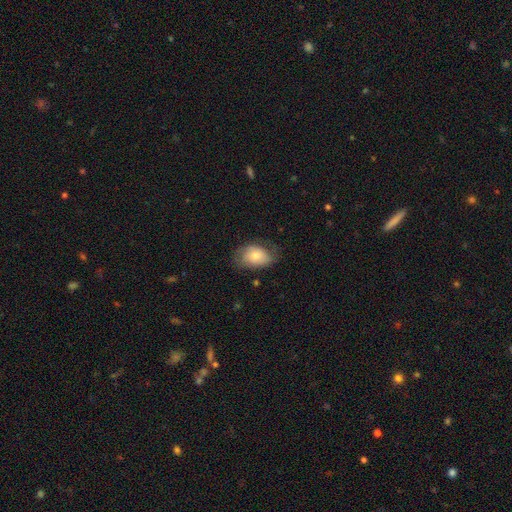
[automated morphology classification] The model was most divided on "merging": none: 60%, minor disturbance: 28%, major disturbance: 11%, merger: 1%. More confident: how rounded — in between (82%); smooth or featured — smooth (69%).